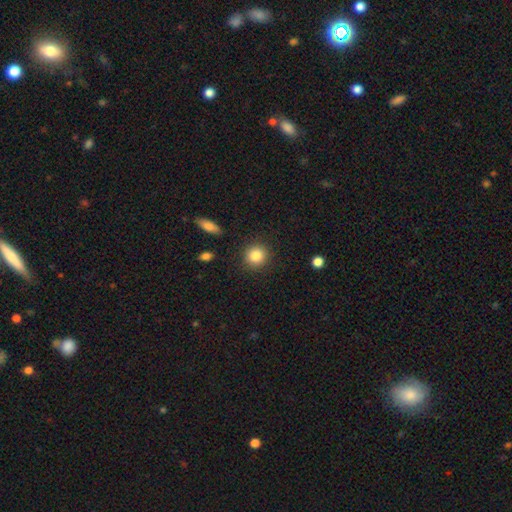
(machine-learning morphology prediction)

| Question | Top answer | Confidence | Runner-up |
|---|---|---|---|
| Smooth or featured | smooth | 85% | star or artifact (9%) |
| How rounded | round | 91% | in between (8%) |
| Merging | none | 90% | minor disturbance (6%) |